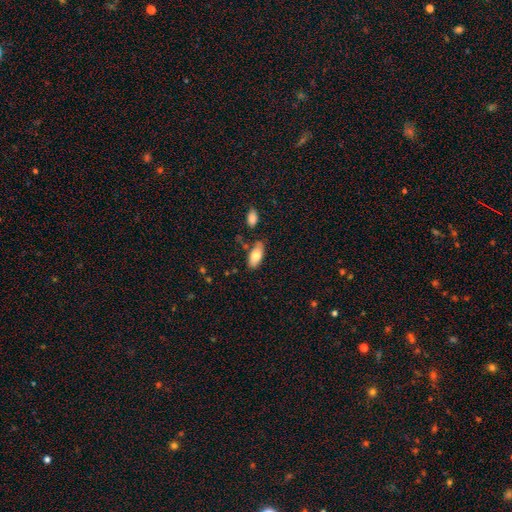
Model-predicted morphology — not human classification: smooth_or_featured: smooth (p=0.77) [alt: featured or disk p=0.17]
how_rounded: in between (p=0.88) [alt: cigar-shaped p=0.09]
merging: none (p=0.72) [alt: minor disturbance p=0.17]